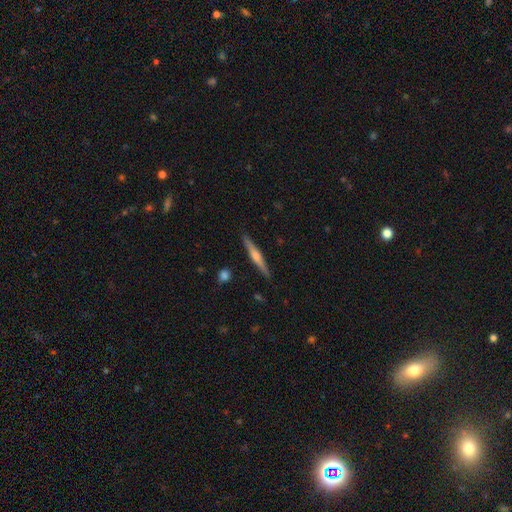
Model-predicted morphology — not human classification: A featured or disk galaxy (71%) viewed edge-on (98%) with a rounded central bulge (84%). Merging: none (91%).